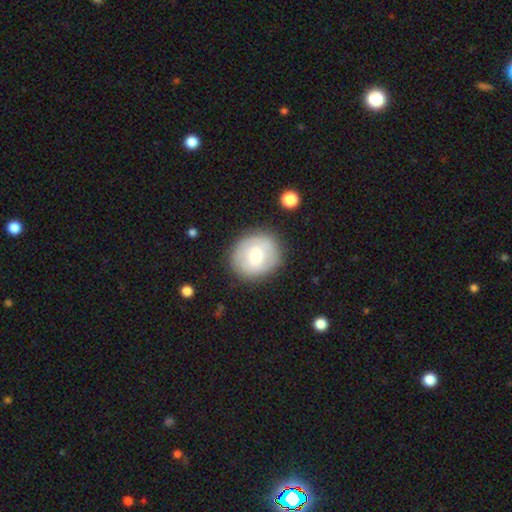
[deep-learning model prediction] Morphology: type=smooth (59%); roundness=round (77%); merging=none (82%).